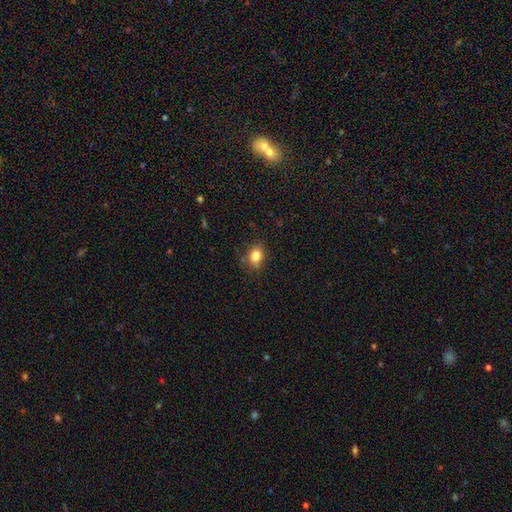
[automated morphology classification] Smooth or featured?
  - smooth: 83% *
  - star or artifact: 10%
  - featured or disk: 6%
How rounded?
  - in between: 65% *
  - round: 34%
  - cigar-shaped: 1%
Merging?
  - none: 80% *
  - minor disturbance: 15%
  - major disturbance: 4%
  - merger: 2%